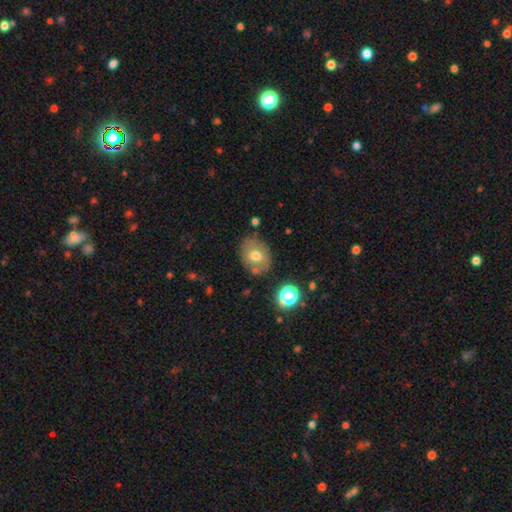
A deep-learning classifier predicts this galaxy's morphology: smooth_or_featured: smooth (p=0.67) [alt: featured or disk p=0.22]
how_rounded: in between (p=0.51) [alt: round p=0.48]
merging: none (p=0.73) [alt: minor disturbance p=0.15]